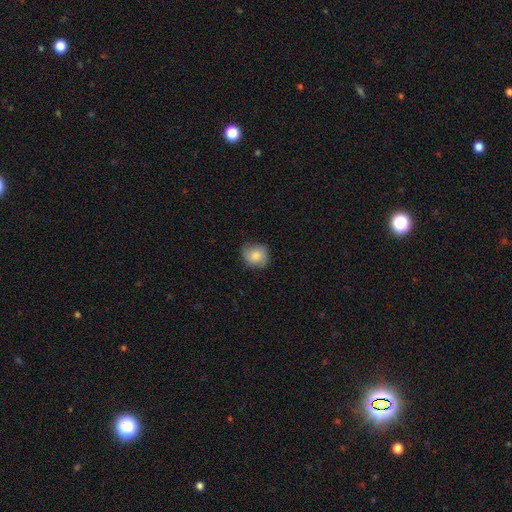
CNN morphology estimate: Smooth or featured? smooth (81%)
How rounded? round (81%)
Merging? none (74%)